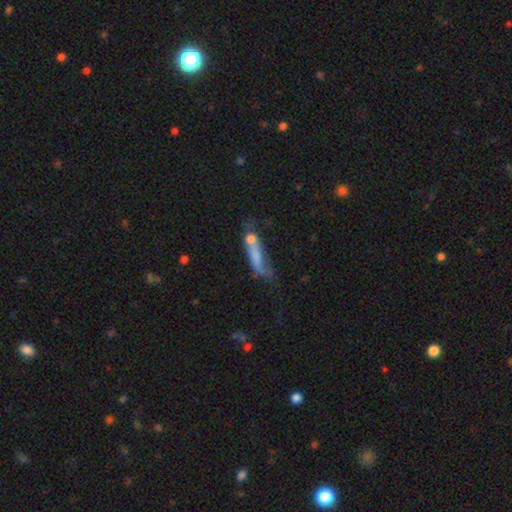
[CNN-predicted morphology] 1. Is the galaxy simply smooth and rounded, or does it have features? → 56% smooth, 33% featured or disk, 11% star or artifact.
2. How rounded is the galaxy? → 68% cigar-shaped, 28% in between, 4% round.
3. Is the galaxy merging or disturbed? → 30% merger, 26% none, 25% major disturbance, 19% minor disturbance.